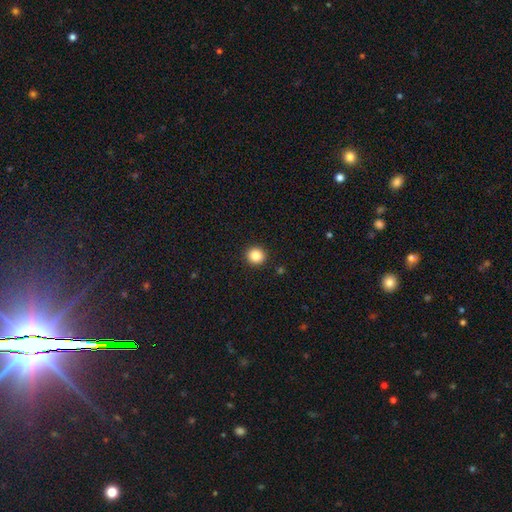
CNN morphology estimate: Overall: smooth (85%). How rounded: round (92%). Merging: none (92%).